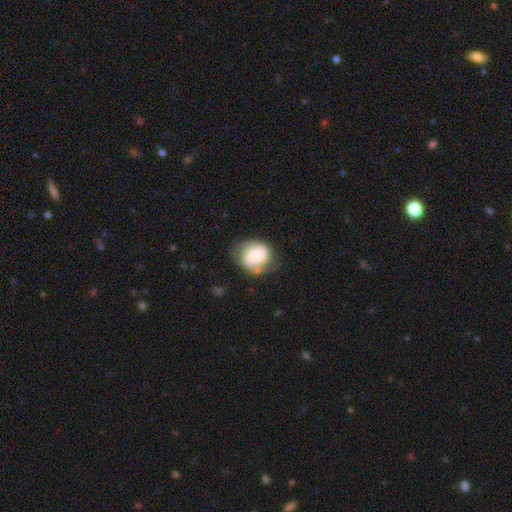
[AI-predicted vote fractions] smooth-or-featured: smooth: 55% | featured or disk: 37% | star or artifact: 8%
  how-rounded: round: 61% | in between: 38% | cigar-shaped: 1%
  merging: none: 55% | minor disturbance: 29% | major disturbance: 12% | merger: 4%